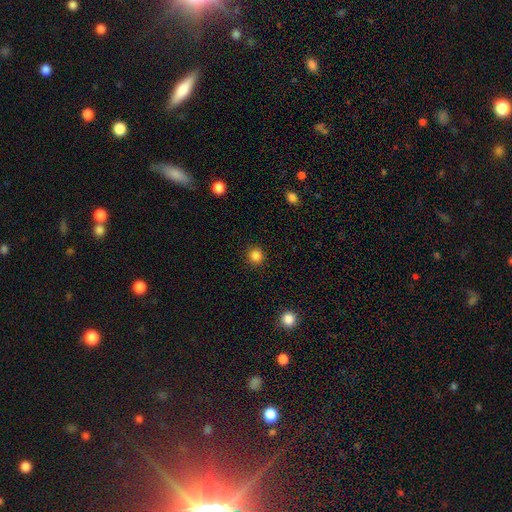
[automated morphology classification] Smooth or featured: smooth — 85% (star or artifact — 12%)
How rounded: round — 94% (in between — 6%)
Merging: none — 92% (minor disturbance — 5%)